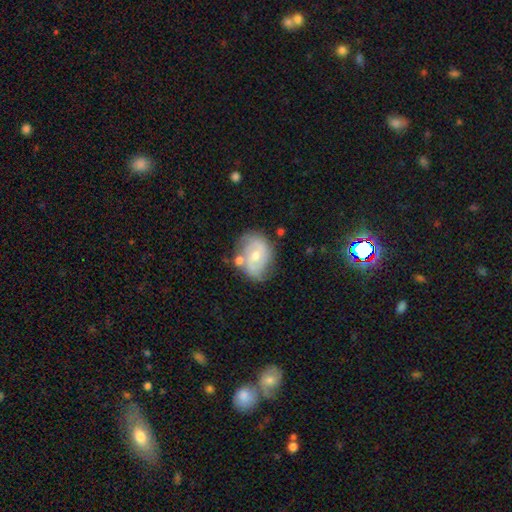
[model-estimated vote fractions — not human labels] Q: Smooth or featured?
A: featured or disk (65%); runner-up: smooth (28%)
Q: Edge-on disk?
A: no (96%); runner-up: yes (4%)
Q: Bar?
A: no (59%); runner-up: weak (35%)
Q: Spiral arms?
A: yes (80%); runner-up: no (20%)
Q: Spiral winding?
A: medium (43%); runner-up: tight (37%)
Q: Spiral arm count?
A: 2 (69%); runner-up: can't tell (19%)
Q: Bulge size?
A: moderate (58%); runner-up: small (38%)
Q: Merging?
A: none (58%); runner-up: minor disturbance (23%)